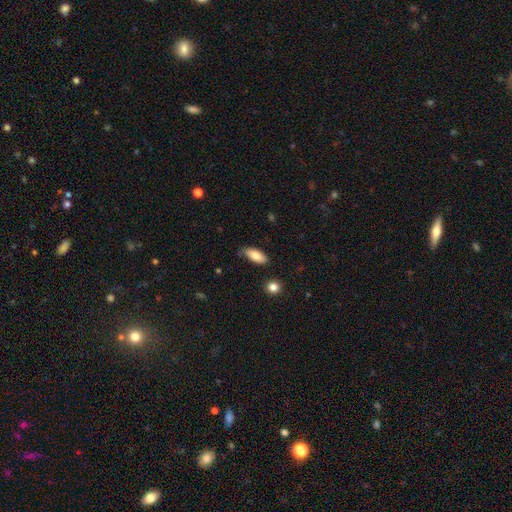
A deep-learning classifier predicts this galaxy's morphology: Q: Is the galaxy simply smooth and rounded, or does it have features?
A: smooth — 82%.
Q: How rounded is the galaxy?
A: in between — 84%.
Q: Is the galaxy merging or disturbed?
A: none — 70%.